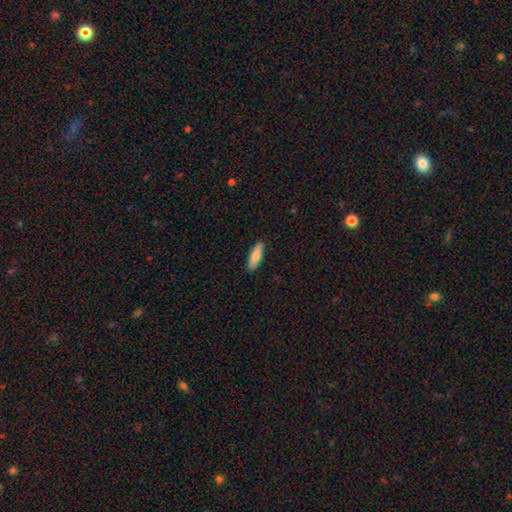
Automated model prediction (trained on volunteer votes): Overall: smooth (78%). How rounded: cigar-shaped (51%; in between 47%). Merging: none (89%).